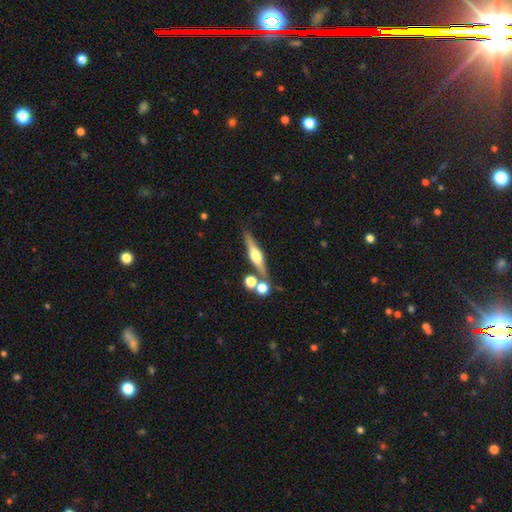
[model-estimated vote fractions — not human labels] Morphology: type=featured or disk (74%); edge-on=yes (97%); edge-on bulge=rounded (94%); merging=none (76%).